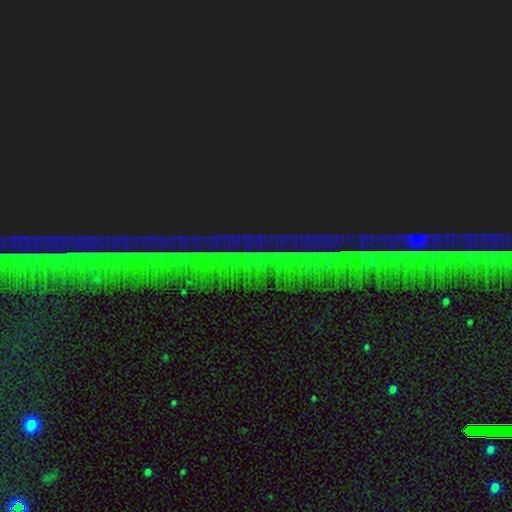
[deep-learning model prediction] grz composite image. It shows a star or artifact, not a galaxy (87%).